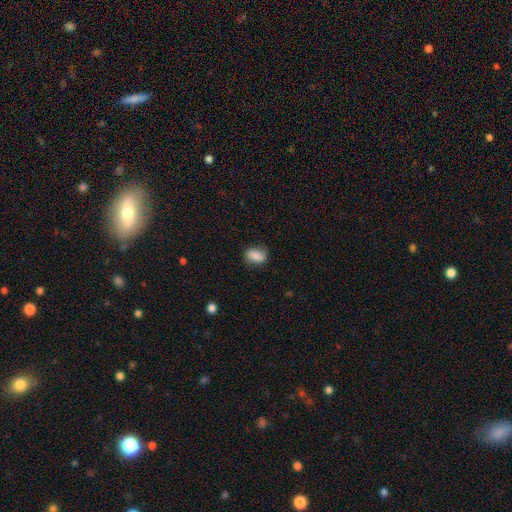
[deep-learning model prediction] Smooth or featured? Predicted: smooth (p=0.78). How rounded? Predicted: in between (p=0.78). Merging? Predicted: none (p=0.72).